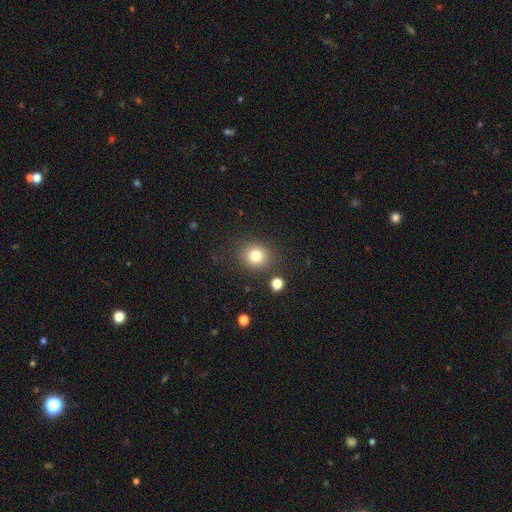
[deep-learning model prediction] Smooth or featured? smooth (80%)
How rounded? round (82%)
Merging? none (83%)